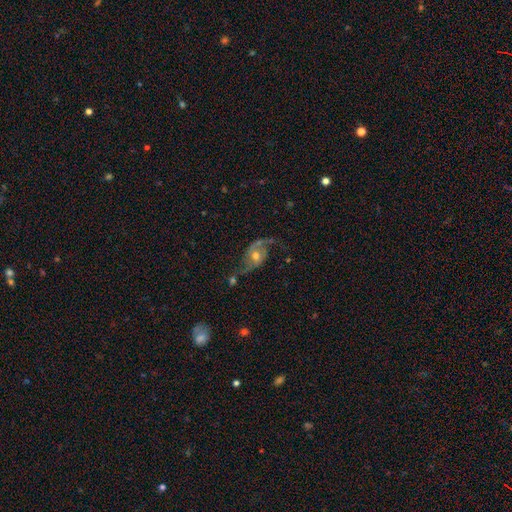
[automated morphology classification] featured or disk 85%, smooth 8%, star or artifact 7%. Down the decision tree: edge-on disk — no (96%); bar — no (64%); spiral arms — yes (95%); spiral arm count — 2 (91%); spiral winding — loose (62%); bulge size — moderate (65%); merging — none (64%).